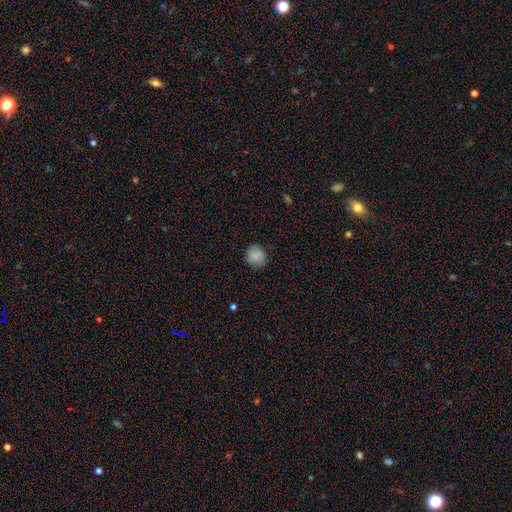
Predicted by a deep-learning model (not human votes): This is clearly a smooth galaxy (85%). How rounded: clearly round (81%). Merging: clearly none (81%).